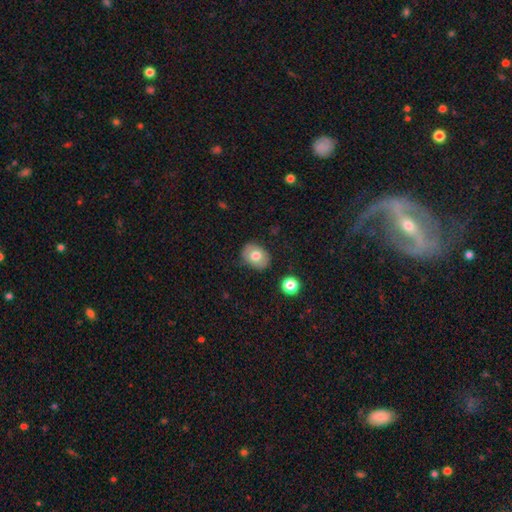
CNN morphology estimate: Smooth or featured? Predicted: smooth (p=0.72). How rounded? Predicted: in between (p=0.63). Merging? Predicted: none (p=0.81).